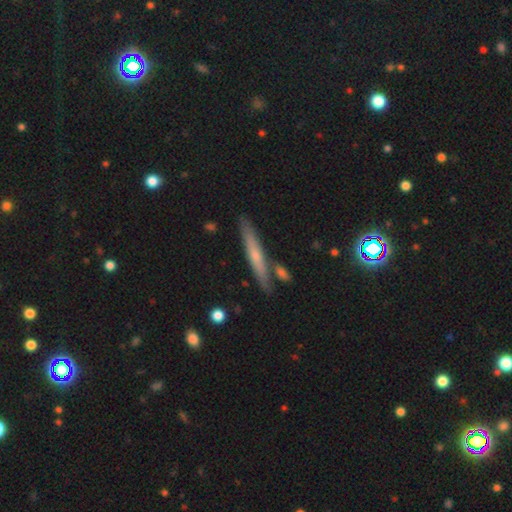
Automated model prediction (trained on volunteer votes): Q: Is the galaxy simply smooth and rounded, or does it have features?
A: featured or disk — 49%.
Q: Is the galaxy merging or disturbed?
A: none — 81%.